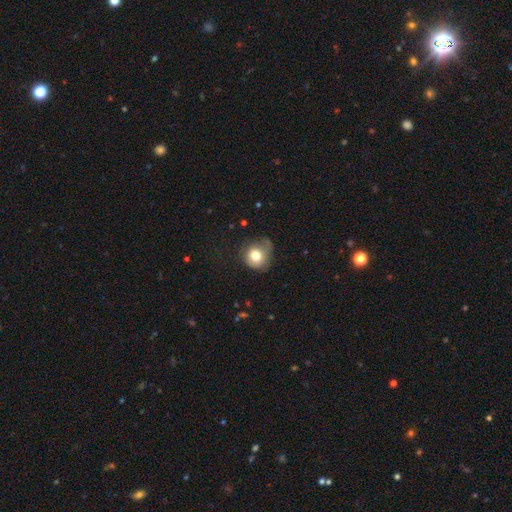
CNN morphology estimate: Smooth or featured? smooth (76%)
How rounded? round (81%)
Merging? none (48%)